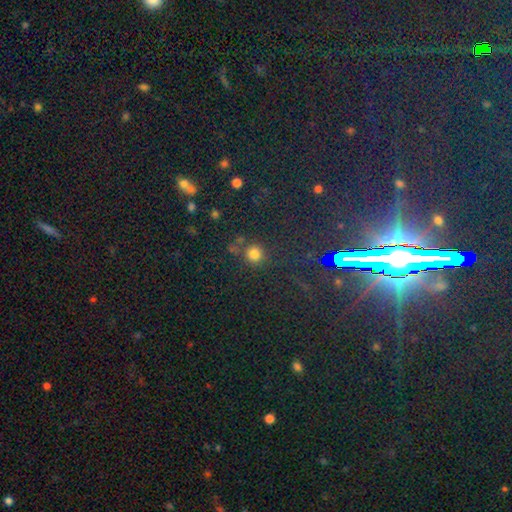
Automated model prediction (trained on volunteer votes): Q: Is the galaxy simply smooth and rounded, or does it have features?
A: smooth — 63%.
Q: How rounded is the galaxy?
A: round — 92%.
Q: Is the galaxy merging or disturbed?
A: none — 78%.